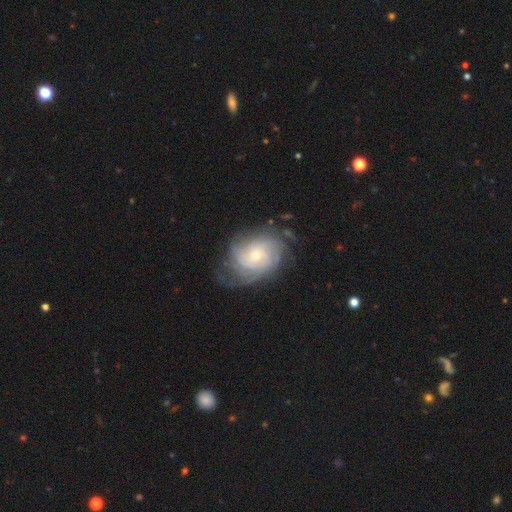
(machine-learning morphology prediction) Smooth or featured?
  - featured or disk: 78% *
  - smooth: 16%
  - star or artifact: 6%
Edge-on disk?
  - no: 97% *
  - yes: 3%
Bar?
  - no: 74% *
  - weak: 23%
  - strong: 3%
Spiral arms?
  - yes: 92% *
  - no: 8%
Spiral winding?
  - tight: 60% *
  - medium: 29%
  - loose: 11%
Spiral arm count?
  - can't tell: 45% *
  - 4: 16%
  - 3: 13%
  - 2: 12%
  - more than 4: 9%
  - 1: 5%
Bulge size?
  - small: 61% *
  - moderate: 33%
  - large: 3%
  - none: 2%
  - dominant: 1%
Merging?
  - none: 62% *
  - minor disturbance: 22%
  - major disturbance: 14%
  - merger: 2%